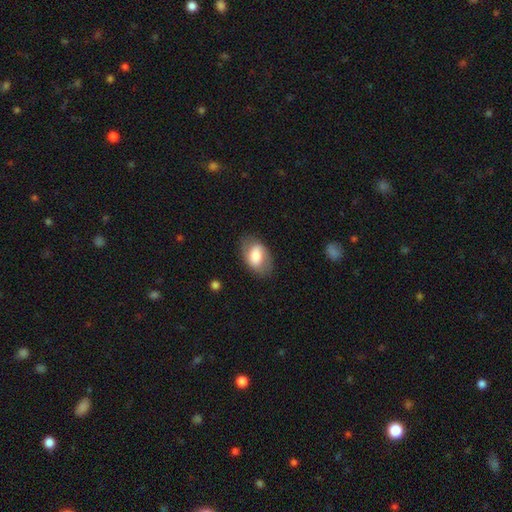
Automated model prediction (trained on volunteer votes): smooth 61%, featured or disk 32%, star or artifact 7%. Down the decision tree: how rounded — in between (90%); merging — none (77%).